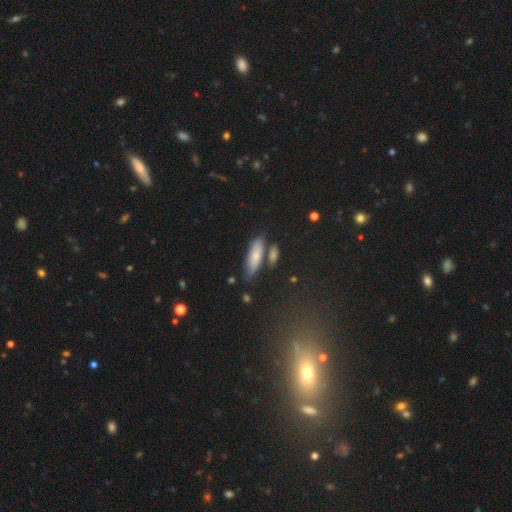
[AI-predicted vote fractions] The model was most divided on "how rounded": in between: 53%, cigar-shaped: 45%, round: 3%. More confident: smooth or featured — smooth (73%); merging — none (60%).